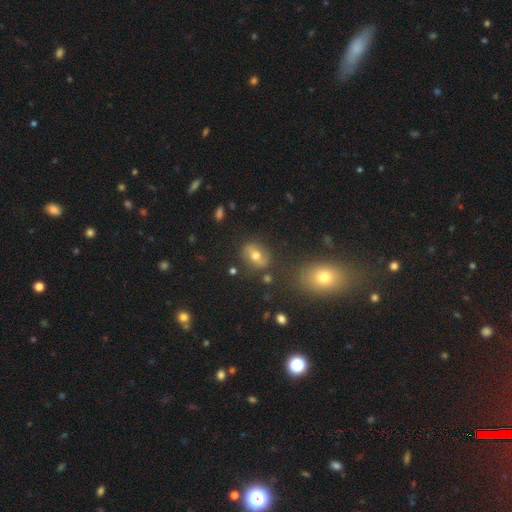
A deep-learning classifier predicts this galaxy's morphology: smooth 56%, featured or disk 30%, star or artifact 14%. Down the decision tree: how rounded — in between (66%); merging — none (78%).